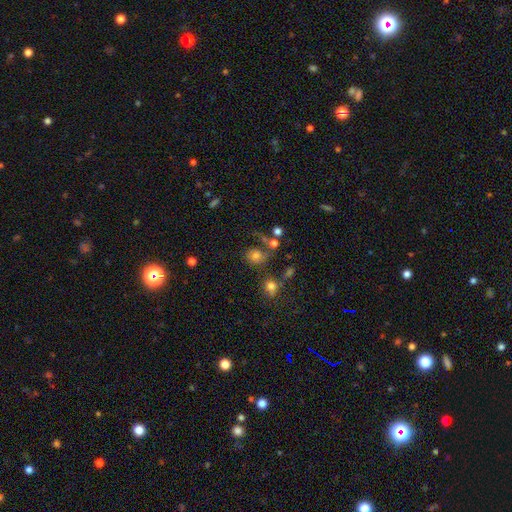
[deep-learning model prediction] Smooth or featured: smooth — 71% (star or artifact — 16%)
How rounded: round — 66% (in between — 33%)
Merging: none — 50% (minor disturbance — 18%)